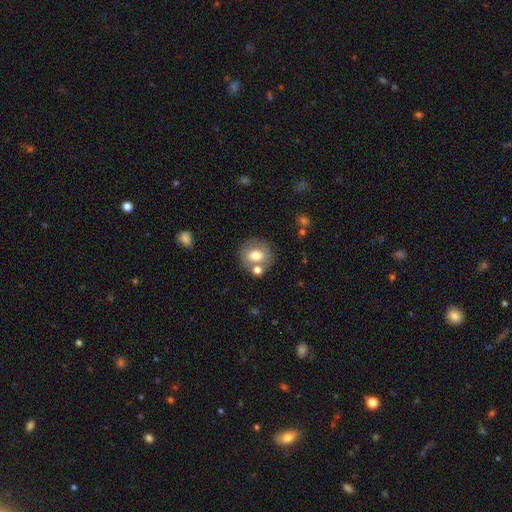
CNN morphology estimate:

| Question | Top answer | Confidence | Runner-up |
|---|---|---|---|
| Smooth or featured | smooth | 71% | featured or disk (21%) |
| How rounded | round | 71% | in between (28%) |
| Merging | none | 66% | merger (17%) |